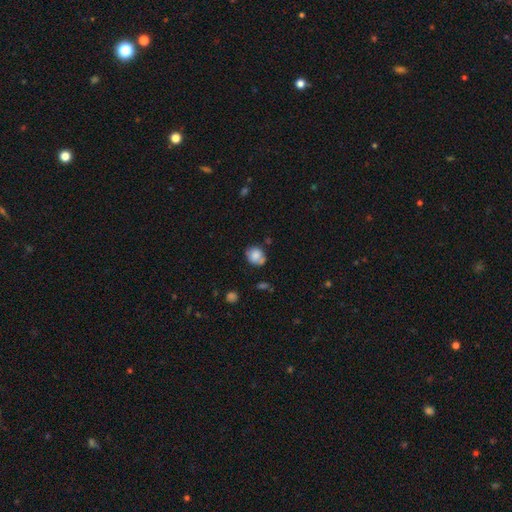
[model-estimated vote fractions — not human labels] The model was most divided on "how rounded": round: 67%, in between: 32%, cigar-shaped: 1%. More confident: smooth or featured — smooth (78%); merging — none (61%).